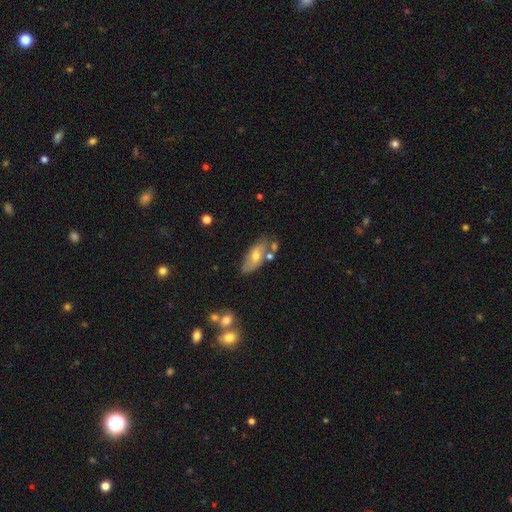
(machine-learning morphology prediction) This is possibly a smooth galaxy (55%). How rounded: clearly in between (85%). Merging: possibly none (60%).